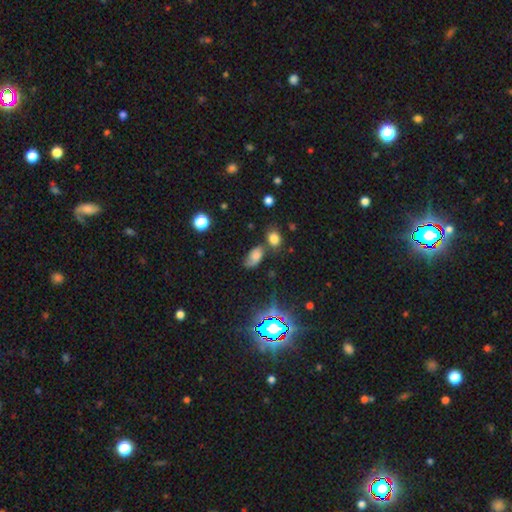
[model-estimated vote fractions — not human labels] The model was most divided on "merging": none: 48%, minor disturbance: 24%, merger: 18%, major disturbance: 10%. More confident: how rounded — in between (87%); smooth or featured — smooth (64%).